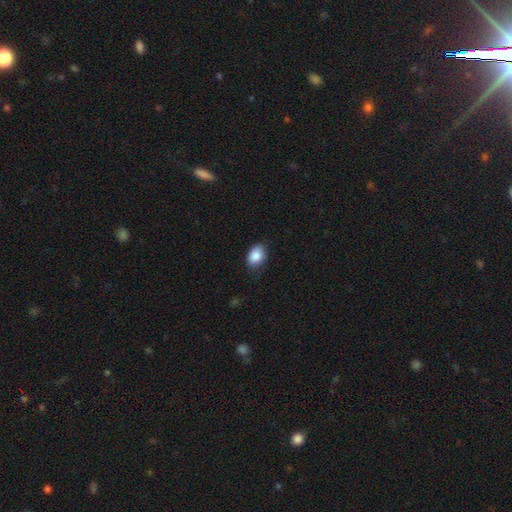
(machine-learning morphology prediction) Smooth or featured? Predicted: smooth (p=0.88). How rounded? Predicted: in between (p=0.78). Merging? Predicted: none (p=0.70).